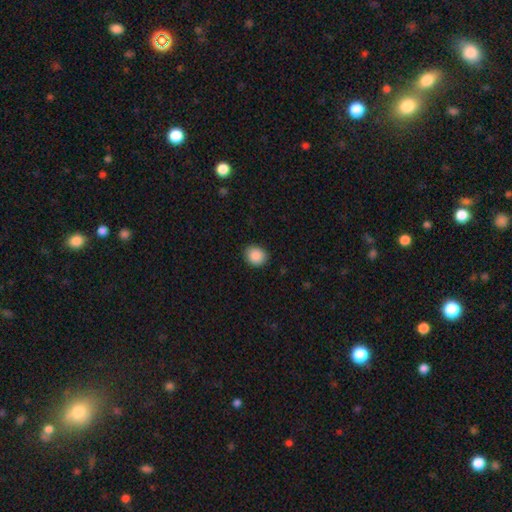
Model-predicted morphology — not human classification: smooth 89%, star or artifact 8%, featured or disk 3%. Down the decision tree: how rounded — round (76%); merging — none (89%).